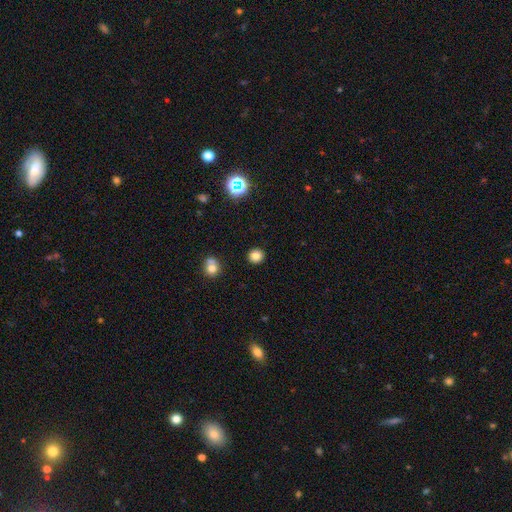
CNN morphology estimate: Smooth or featured? smooth (82%)
How rounded? round (91%)
Merging? none (91%)